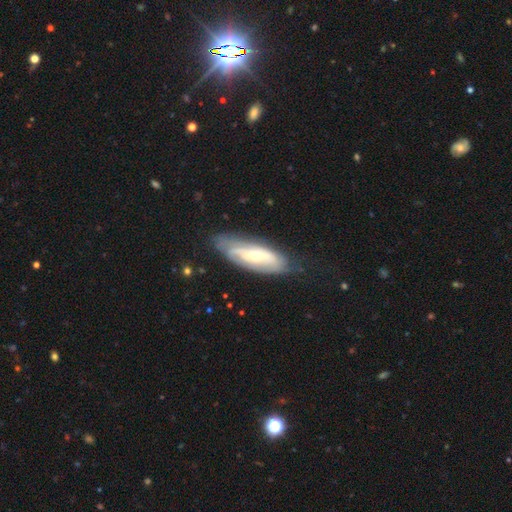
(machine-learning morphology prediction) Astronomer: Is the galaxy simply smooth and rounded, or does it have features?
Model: featured or disk — 69%.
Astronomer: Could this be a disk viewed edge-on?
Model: no — 82%.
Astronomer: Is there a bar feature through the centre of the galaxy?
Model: no — 51% (runner-up: weak, 32%).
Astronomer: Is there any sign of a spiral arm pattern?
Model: yes — 78%.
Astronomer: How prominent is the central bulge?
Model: moderate — 48% (runner-up: small, 46%).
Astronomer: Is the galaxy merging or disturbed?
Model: none — 69%.